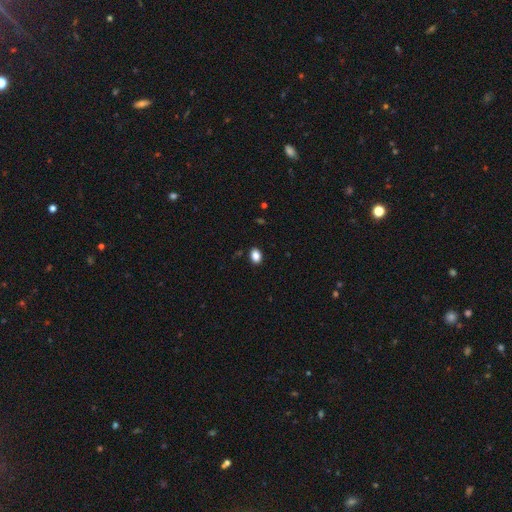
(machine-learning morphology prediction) Overall: smooth (87%). How rounded: in between (77%). Merging: none (89%).